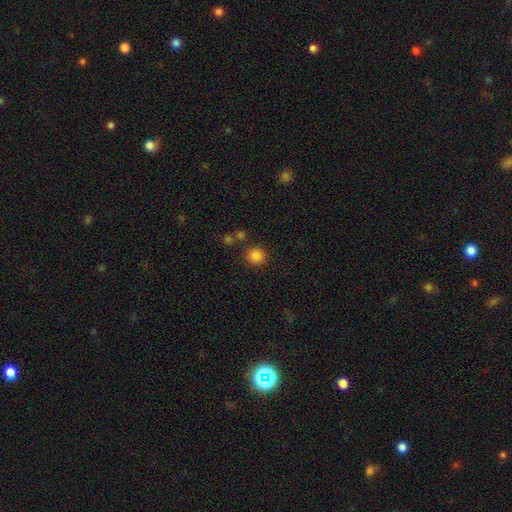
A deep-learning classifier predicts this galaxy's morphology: This is clearly a smooth galaxy (84%). How rounded: clearly round (91%). Merging: clearly none (82%).